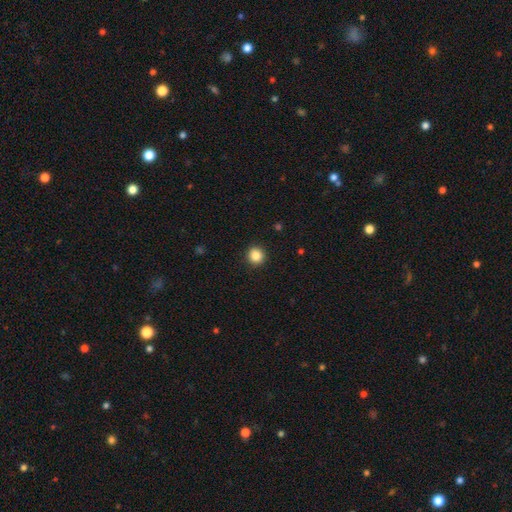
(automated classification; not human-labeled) Smooth or featured? Predicted: smooth (p=0.86). How rounded? Predicted: round (p=0.93). Merging? Predicted: none (p=0.92).